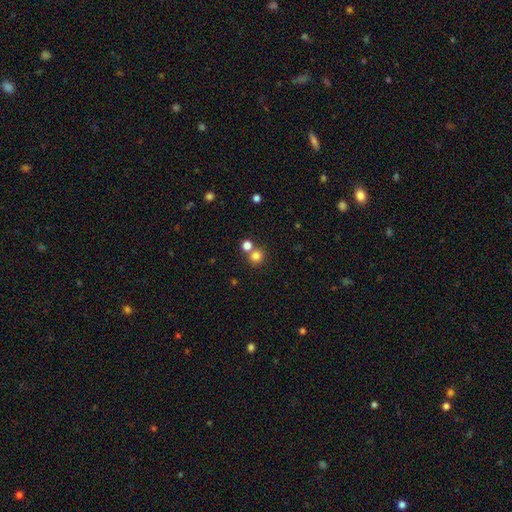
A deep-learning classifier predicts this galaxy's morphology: A smooth galaxy with no disk features (80%) that is round (90%).

Vote fractions:
- Smooth or featured? smooth: 80% / star or artifact: 13% / featured or disk: 7%
- How rounded? round: 90% / in between: 9% / cigar-shaped: 1%
- Merging? none: 63% / merger: 28% / minor disturbance: 6% / major disturbance: 3%